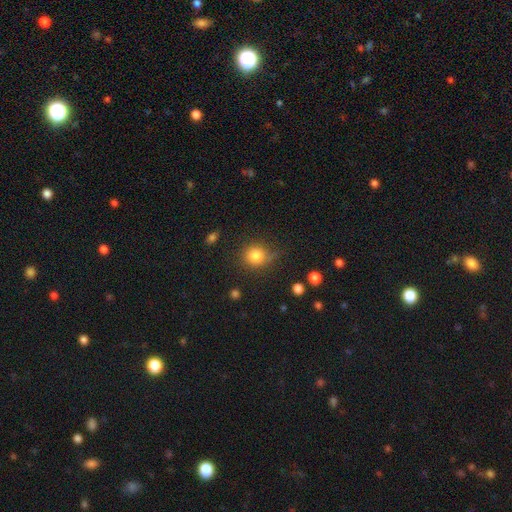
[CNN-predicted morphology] Overall: smooth (82%). How rounded: round (83%). Merging: none (73%).